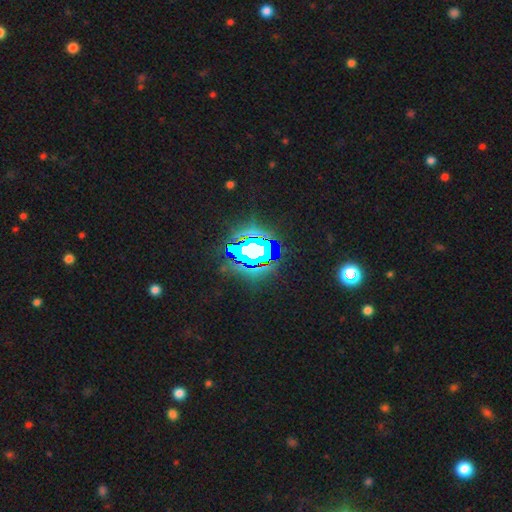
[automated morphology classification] Q: Smooth or featured?
A: star or artifact (80%); runner-up: smooth (11%)